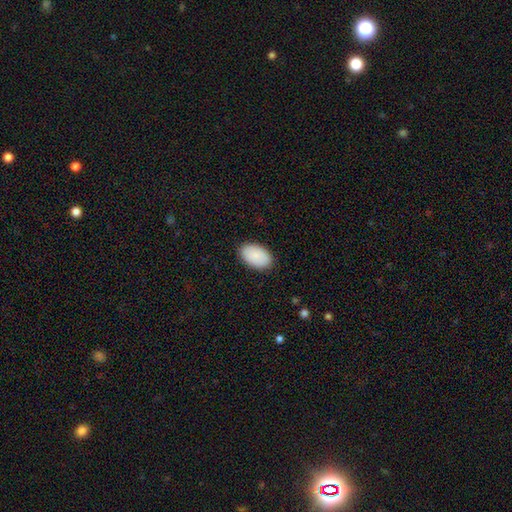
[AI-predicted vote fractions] smooth-or-featured: smooth: 89% | star or artifact: 6% | featured or disk: 5%
  how-rounded: in between: 94% | round: 5% | cigar-shaped: 1%
  merging: none: 88% | minor disturbance: 9% | major disturbance: 2% | merger: 1%